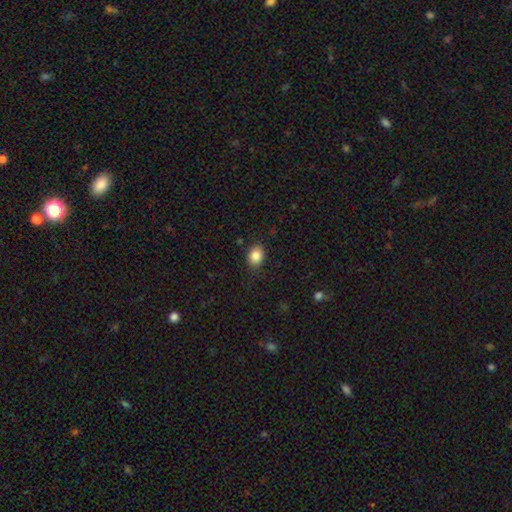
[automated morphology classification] This is clearly a smooth galaxy (86%). How rounded: possibly in between (57%). Merging: clearly none (84%).